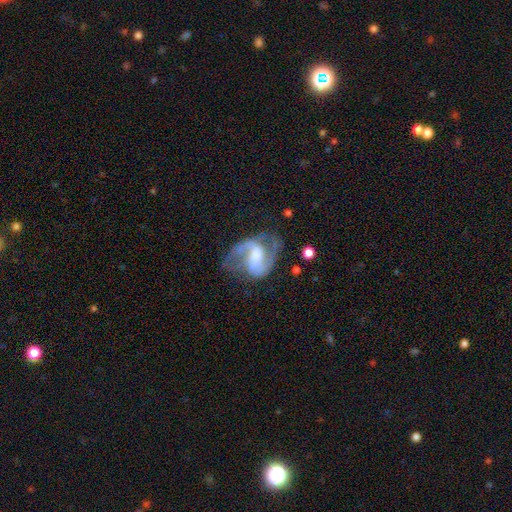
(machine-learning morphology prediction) Smooth or featured: featured or disk — 88% (smooth — 6%)
Edge-on disk: no — 98% (yes — 2%)
Bar: weak — 48% (strong — 33%)
Spiral arms: yes — 97% (no — 3%)
Spiral winding: medium — 58% (loose — 26%)
Spiral arm count: 2 — 90% (can't tell — 3%)
Bulge size: moderate — 44% (small — 26%)
Merging: none — 64% (minor disturbance — 20%)